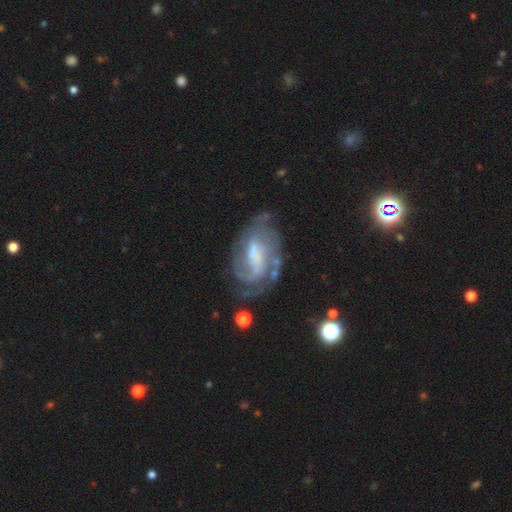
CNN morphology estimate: This is clearly a featured or disk galaxy (81%). It is clearly not viewed edge-on (97%). Bar: marginally weak (44%). Spiral arm pattern: clearly yes (90%). Spiral arm count: marginally 2 (41%). Spiral winding: marginally medium (43%). Central bulge: marginally none (36%). Merging: possibly none (55%).